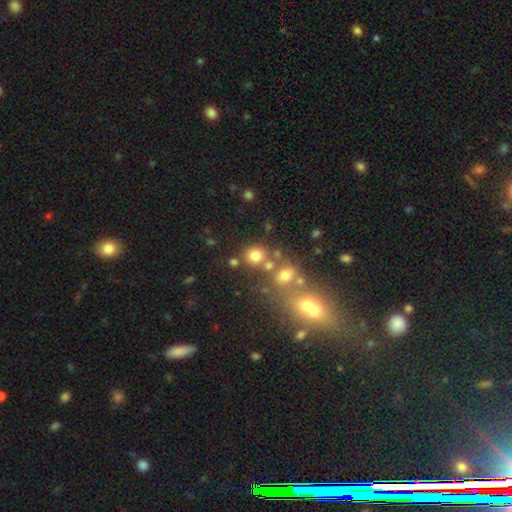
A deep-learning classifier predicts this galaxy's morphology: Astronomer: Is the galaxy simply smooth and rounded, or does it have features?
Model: smooth — 75%.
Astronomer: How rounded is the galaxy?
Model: round — 82%.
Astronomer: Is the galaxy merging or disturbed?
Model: none — 64%.